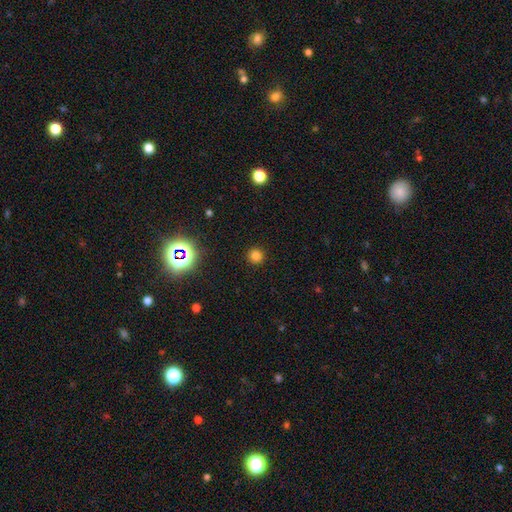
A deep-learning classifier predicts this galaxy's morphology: Smooth or featured: smooth — 78% (star or artifact — 18%)
How rounded: round — 95% (in between — 4%)
Merging: none — 92% (minor disturbance — 5%)